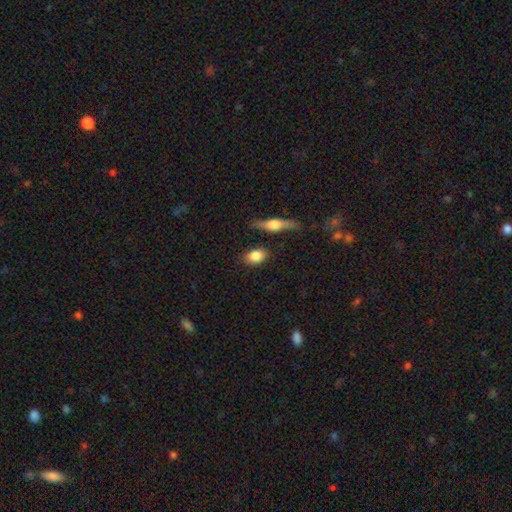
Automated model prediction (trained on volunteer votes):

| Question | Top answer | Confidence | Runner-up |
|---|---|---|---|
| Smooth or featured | smooth | 83% | featured or disk (10%) |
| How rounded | in between | 79% | round (17%) |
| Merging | none | 80% | minor disturbance (12%) |